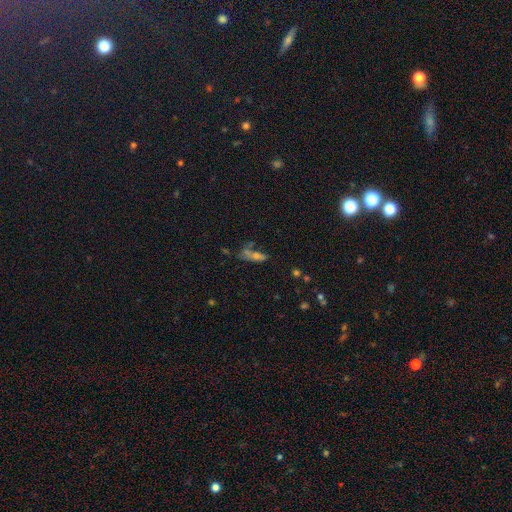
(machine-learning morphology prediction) Q: Smooth or featured?
A: smooth (48%); runner-up: featured or disk (27%)
Q: Merging?
A: none (41%); runner-up: merger (26%)